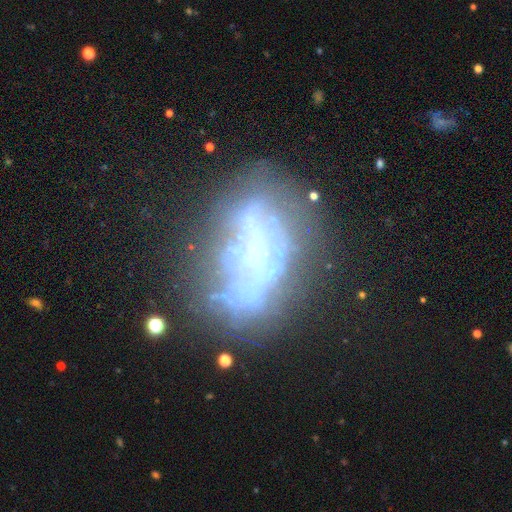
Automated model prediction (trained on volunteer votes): Smooth or featured? featured or disk (69%)
Edge-on disk? no (87%)
Bar? no (66%)
Spiral arms? no (73%)
Bulge size? small (40%)
Merging? none (48%)